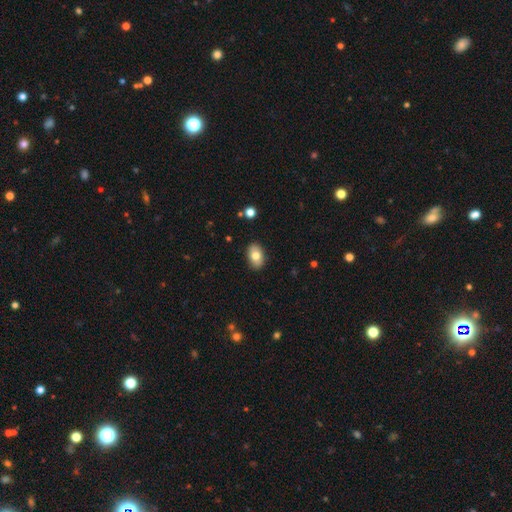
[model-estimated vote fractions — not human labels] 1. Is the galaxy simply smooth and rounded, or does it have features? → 77% smooth, 15% featured or disk, 8% star or artifact.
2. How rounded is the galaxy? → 88% in between, 10% round, 1% cigar-shaped.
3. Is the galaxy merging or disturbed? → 88% none, 9% minor disturbance, 2% major disturbance, 1% merger.